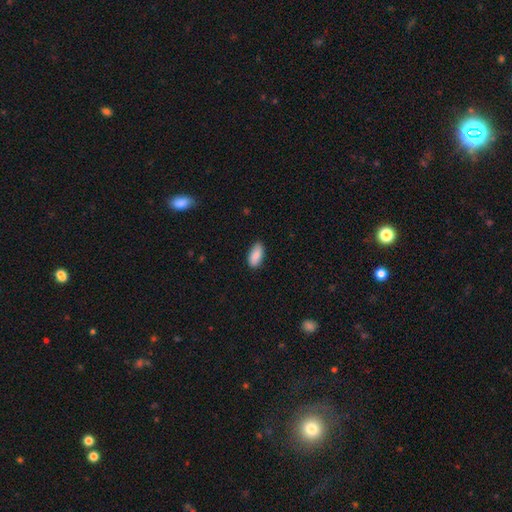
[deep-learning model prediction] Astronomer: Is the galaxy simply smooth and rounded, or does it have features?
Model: smooth — 87%.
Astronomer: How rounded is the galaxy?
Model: in between — 91%.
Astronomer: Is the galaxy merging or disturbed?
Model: none — 84%.